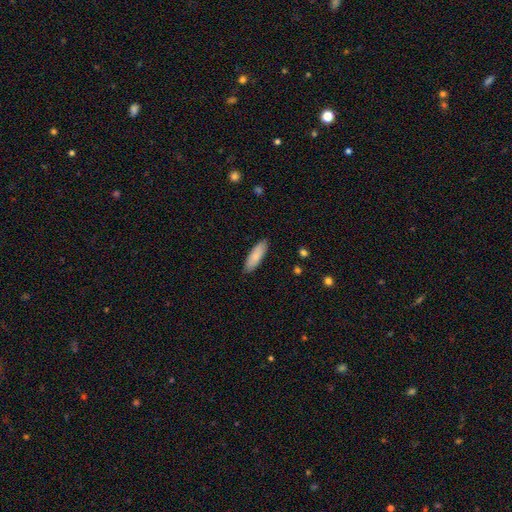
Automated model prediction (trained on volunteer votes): Smooth or featured? smooth (84%)
How rounded? in between (55%)
Merging? none (87%)